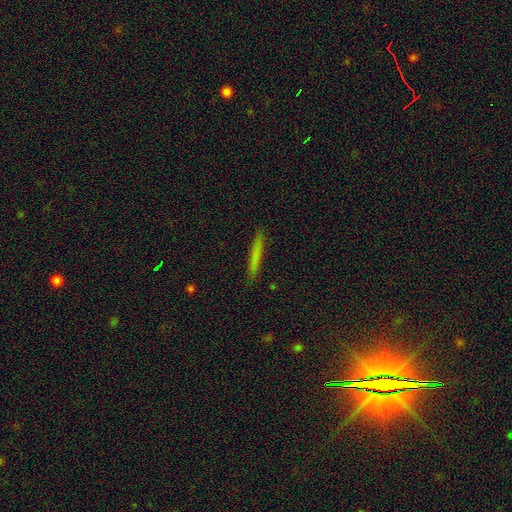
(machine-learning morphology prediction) Smooth or featured? Predicted: smooth (p=0.72). How rounded? Predicted: cigar-shaped (p=0.96). Merging? Predicted: none (p=0.90).